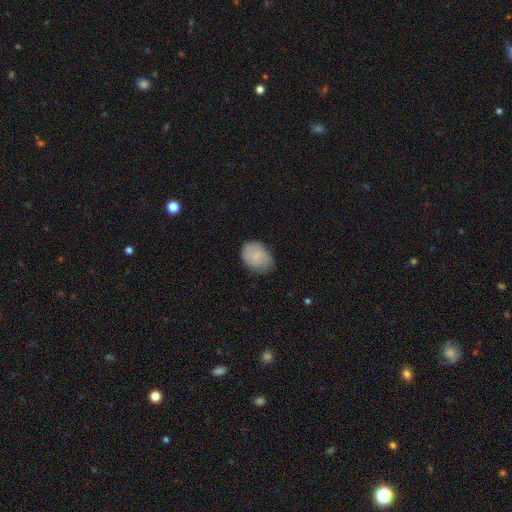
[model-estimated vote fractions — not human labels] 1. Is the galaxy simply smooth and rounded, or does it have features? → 80% smooth, 13% featured or disk, 7% star or artifact.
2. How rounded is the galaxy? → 61% in between, 38% round, 1% cigar-shaped.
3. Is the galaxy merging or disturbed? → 68% none, 26% minor disturbance, 5% major disturbance, 1% merger.